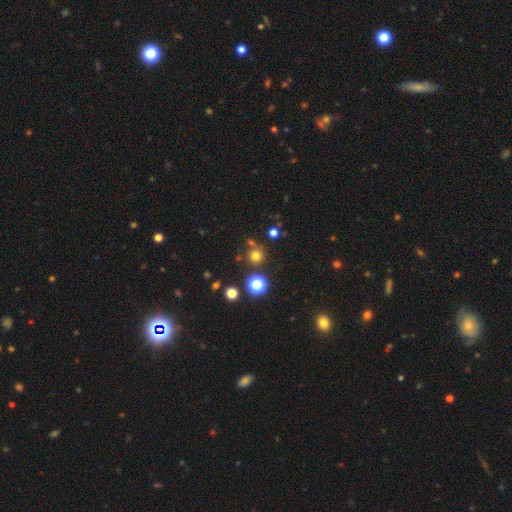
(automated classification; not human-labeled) smooth_or_featured: smooth (p=0.71) [alt: star or artifact p=0.22]
how_rounded: round (p=0.93) [alt: in between p=0.06]
merging: none (p=0.77) [alt: merger p=0.11]